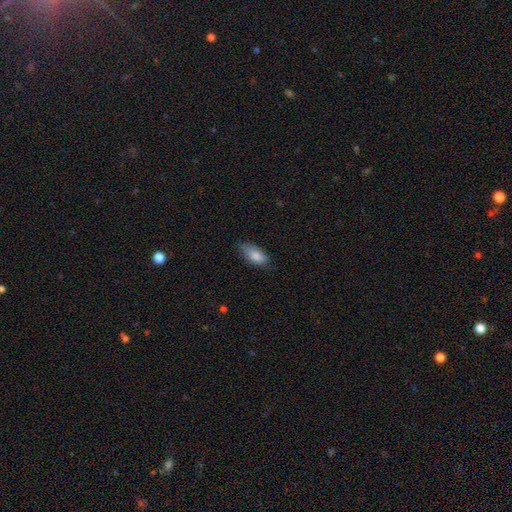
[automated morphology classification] Smooth or featured: smooth — 84% (featured or disk — 10%)
How rounded: in between — 87% (cigar-shaped — 10%)
Merging: none — 63% (minor disturbance — 30%)